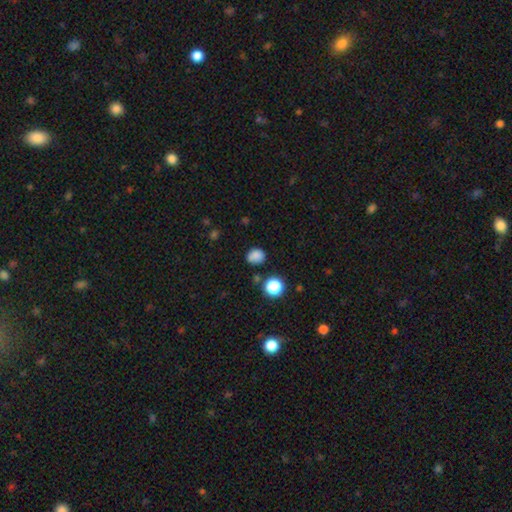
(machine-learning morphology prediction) A smooth galaxy with no disk features (81%) that is round (62%).

Vote fractions:
- Smooth or featured? smooth: 81% / star or artifact: 14% / featured or disk: 5%
- How rounded? round: 62% / in between: 37% / cigar-shaped: 1%
- Merging? none: 75% / minor disturbance: 17% / major disturbance: 4% / merger: 4%